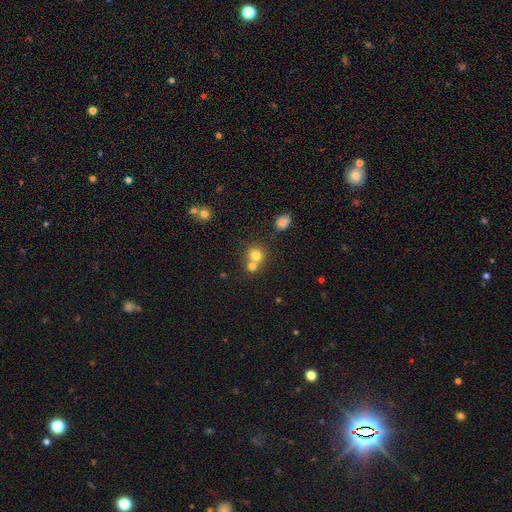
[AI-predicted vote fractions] smooth 75%, star or artifact 14%, featured or disk 11%. Down the decision tree: how rounded — round (84%); merging — merger (47%).